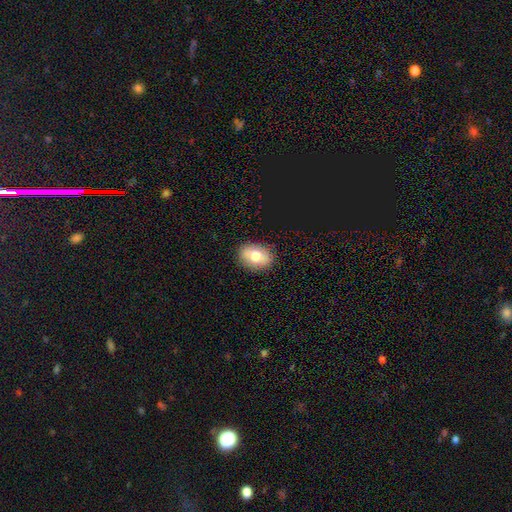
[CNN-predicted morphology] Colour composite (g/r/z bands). It shows a smooth galaxy with no disk features (75%) that is in between round and cigar-shaped (71%). Merging: none (88%).